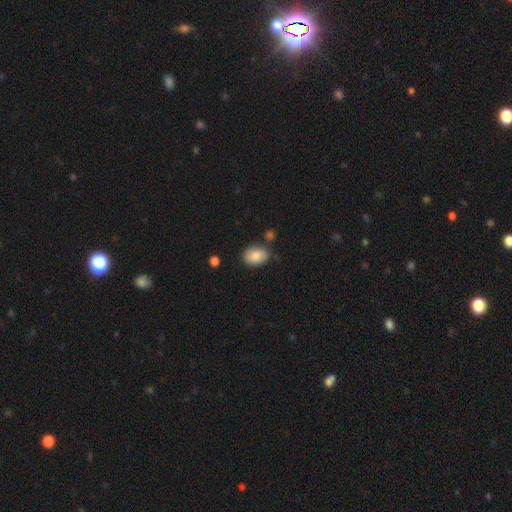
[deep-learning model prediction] Smooth or featured?
  - smooth: 84% *
  - featured or disk: 9%
  - star or artifact: 7%
How rounded?
  - in between: 73% *
  - round: 26%
  - cigar-shaped: 1%
Merging?
  - none: 74% *
  - minor disturbance: 17%
  - merger: 5%
  - major disturbance: 4%